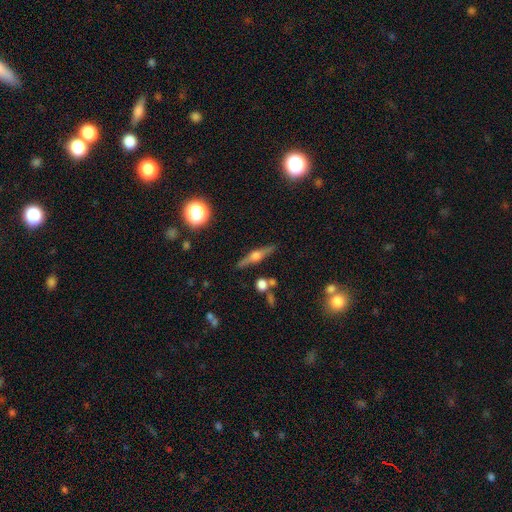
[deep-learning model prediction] Overall: featured or disk (74%). Edge-on disk: yes (97%). Edge-on bulge: rounded (92%). Merging: none (85%).